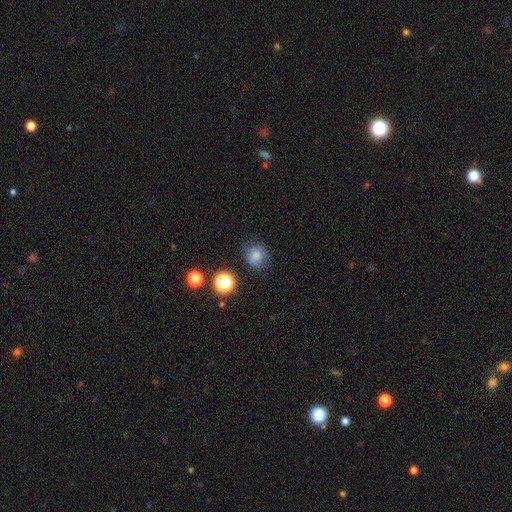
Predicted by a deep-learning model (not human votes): smooth-or-featured: smooth: 76% | star or artifact: 14% | featured or disk: 10%
  how-rounded: round: 79% | in between: 20% | cigar-shaped: 1%
  merging: none: 73% | minor disturbance: 20% | major disturbance: 6% | merger: 2%